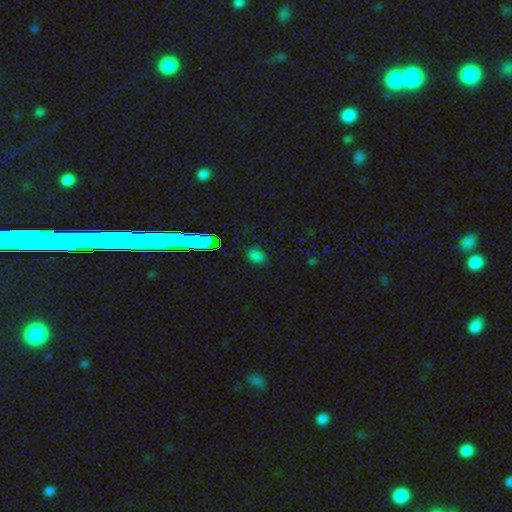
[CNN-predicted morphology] A smooth galaxy with no disk features (59%) that is in between round and cigar-shaped (49%). Merging: none (81%).